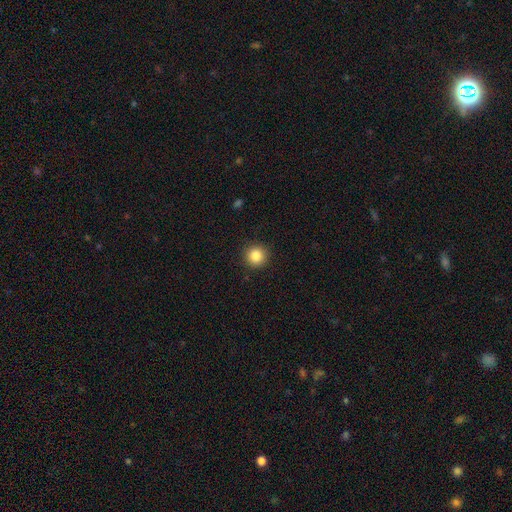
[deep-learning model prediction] Morphology: type=smooth (85%); roundness=round (94%); merging=none (92%).